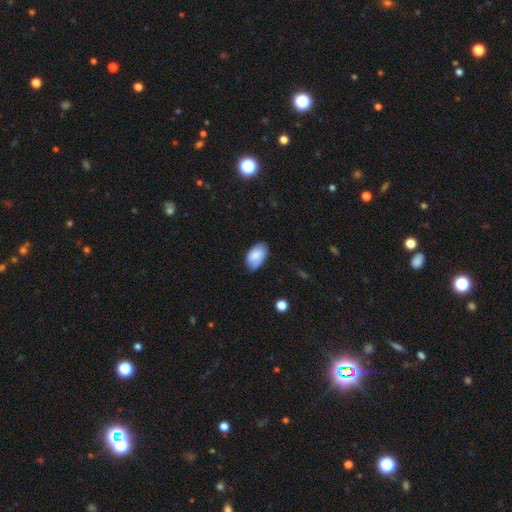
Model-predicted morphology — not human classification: This appears to be a smooth galaxy with no disk features (79%) that is in between round and cigar-shaped (94%). Merging: none (64%).